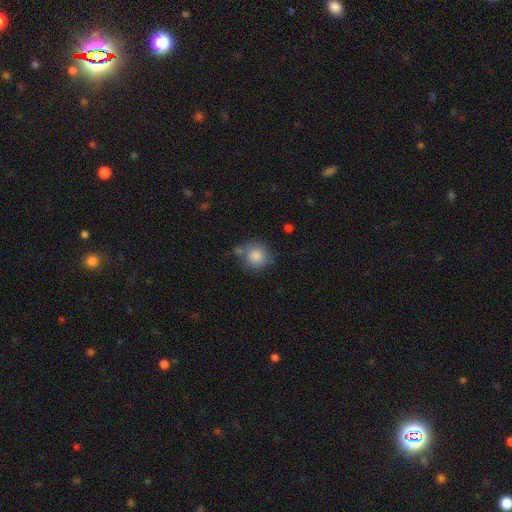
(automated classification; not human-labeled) Smooth or featured? Predicted: smooth (p=0.85). How rounded? Predicted: round (p=0.90). Merging? Predicted: none (p=0.63).